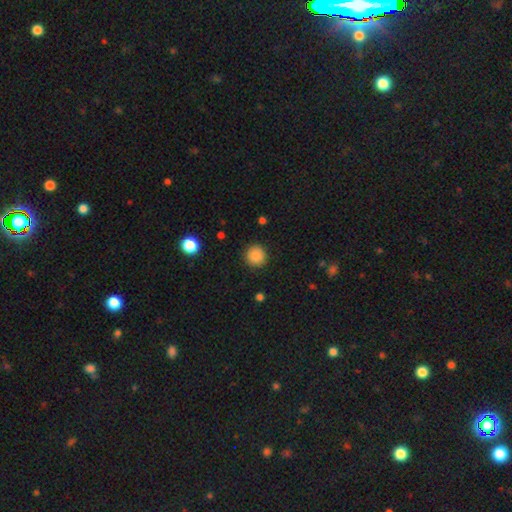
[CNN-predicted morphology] This appears to be a smooth galaxy with no disk features (87%) that is round (94%). Merging: none (91%).